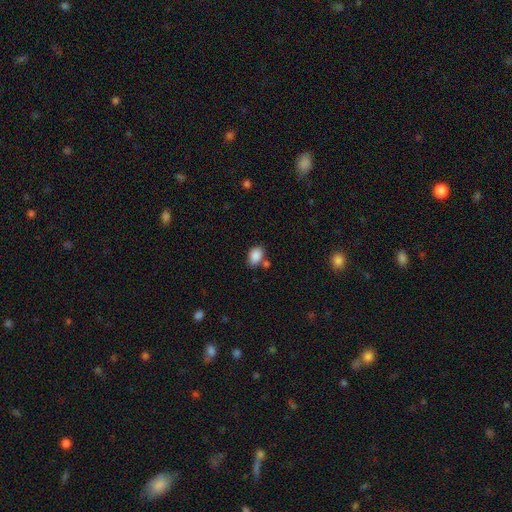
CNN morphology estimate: Smooth or featured? Predicted: smooth (p=0.88). How rounded? Predicted: in between (p=0.82). Merging? Predicted: none (p=0.67).